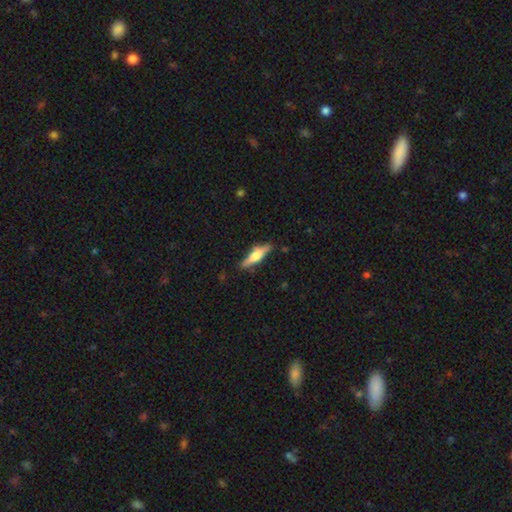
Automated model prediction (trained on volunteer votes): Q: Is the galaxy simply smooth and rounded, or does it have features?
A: featured or disk — 54%.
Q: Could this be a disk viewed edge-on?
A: yes — 95%.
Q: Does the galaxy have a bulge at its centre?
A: rounded — 89%.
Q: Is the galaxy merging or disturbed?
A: none — 84%.